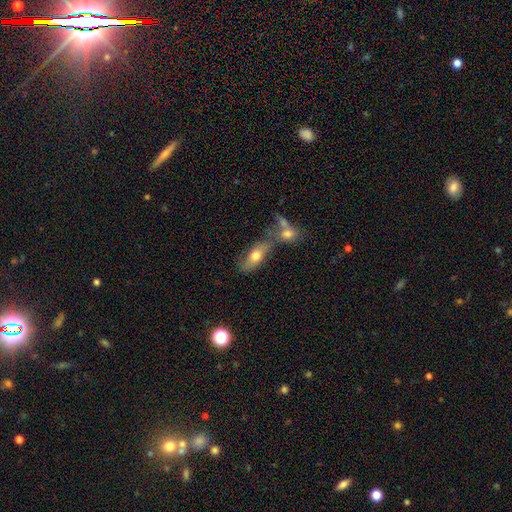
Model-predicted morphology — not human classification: smooth-or-featured: smooth: 62% | featured or disk: 30% | star or artifact: 8%
  how-rounded: in between: 77% | cigar-shaped: 17% | round: 6%
  merging: none: 39% | merger: 37% | minor disturbance: 16% | major disturbance: 9%